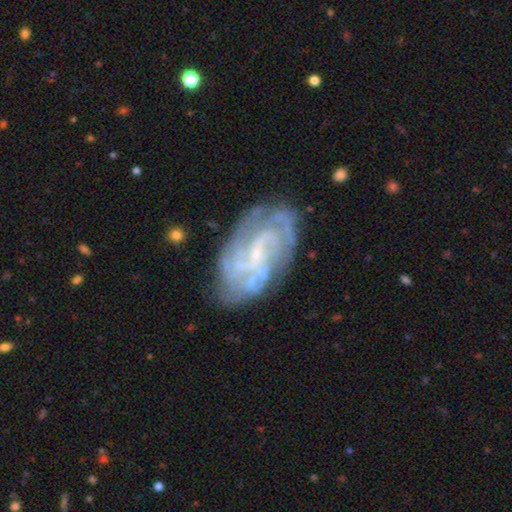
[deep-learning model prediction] The model was most divided on "bar": weak: 47%, no: 39%, strong: 14%. Remaining: edge-on disk — no (96%); spiral arms — yes (92%); smooth or featured — featured or disk (84%); merging — none (71%); bulge size — small (68%); spiral winding — tight (53%); spiral arm count — can't tell (37%).